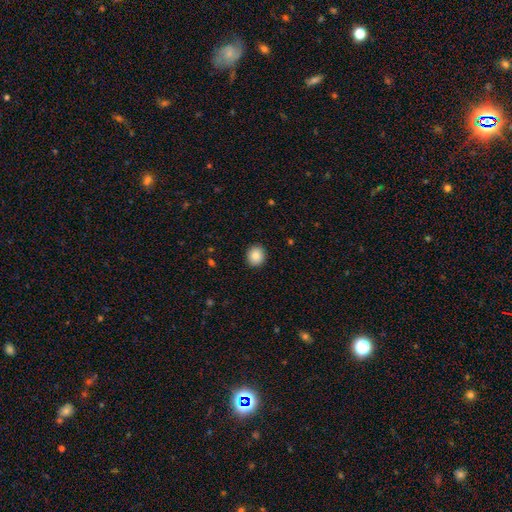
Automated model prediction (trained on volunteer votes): Morphology: type=smooth (87%); roundness=round (80%); merging=none (91%).